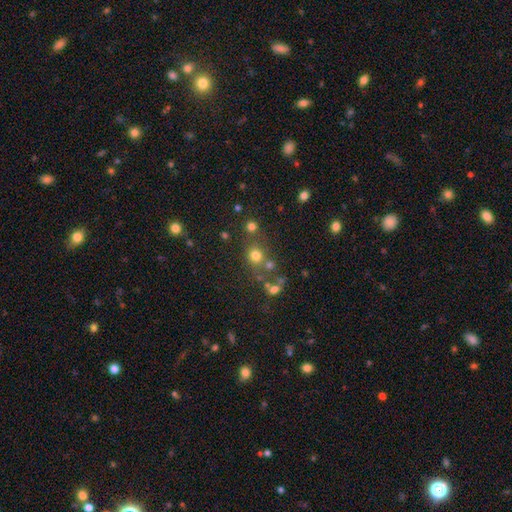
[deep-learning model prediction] Smooth or featured: smooth — 71% (star or artifact — 20%)
How rounded: round — 85% (in between — 14%)
Merging: none — 65% (merger — 19%)